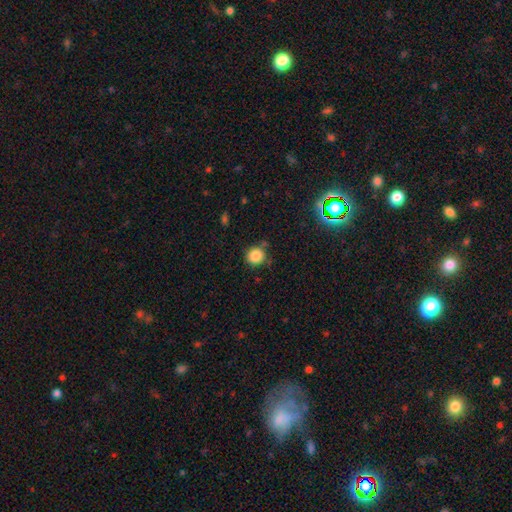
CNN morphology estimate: smooth-or-featured: smooth: 85% | star or artifact: 11% | featured or disk: 4%
  how-rounded: round: 91% | in between: 9% | cigar-shaped: 1%
  merging: none: 78% | minor disturbance: 13% | merger: 5% | major disturbance: 3%